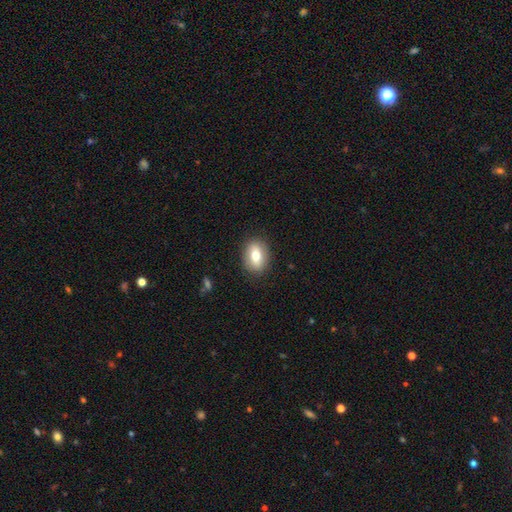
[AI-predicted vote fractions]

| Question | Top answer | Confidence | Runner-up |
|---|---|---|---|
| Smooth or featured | smooth | 67% | featured or disk (25%) |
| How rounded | in between | 72% | round (26%) |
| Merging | none | 87% | minor disturbance (9%) |